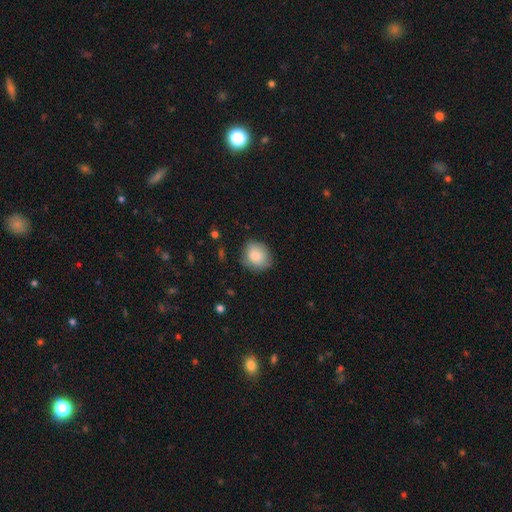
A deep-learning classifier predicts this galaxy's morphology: This appears to be a smooth galaxy with no disk features (85%) that is round (71%). Merging: none (78%).